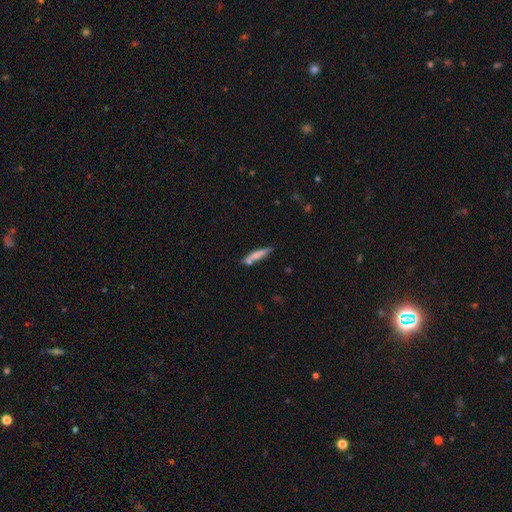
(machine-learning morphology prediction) A smooth galaxy with no disk features (71%) that is cigar-shaped (88%). Merging: none (66%).